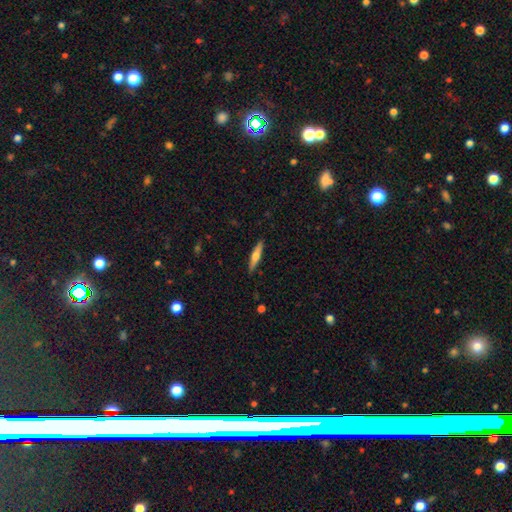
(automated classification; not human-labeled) A featured or disk galaxy (51%) viewed edge-on (95%). Merging: none (90%).